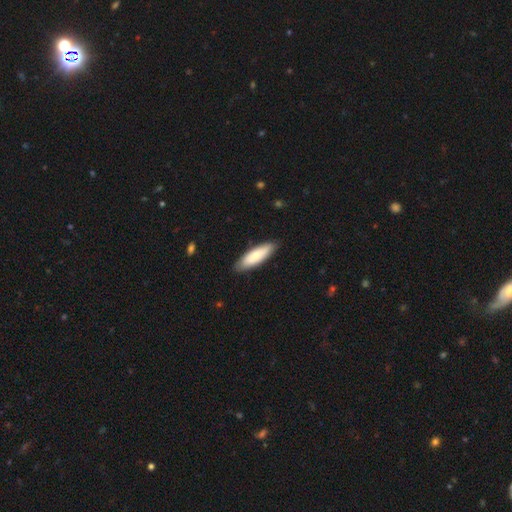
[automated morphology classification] A smooth galaxy with no disk features (76%) that is in between round and cigar-shaped (50%). Merging: none (86%).